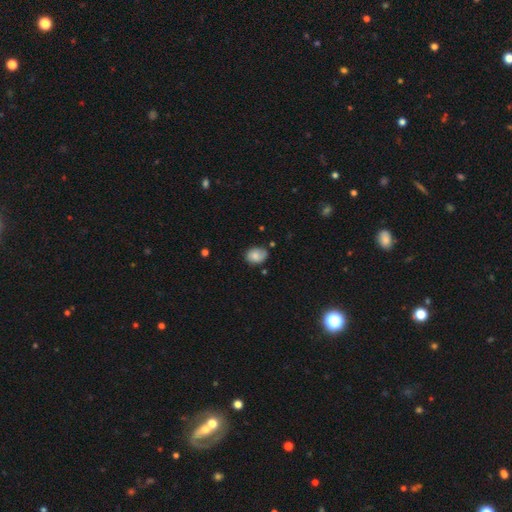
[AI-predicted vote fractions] Smooth or featured? Predicted: smooth (p=0.77). How rounded? Predicted: in between (p=0.66). Merging? Predicted: none (p=0.66).